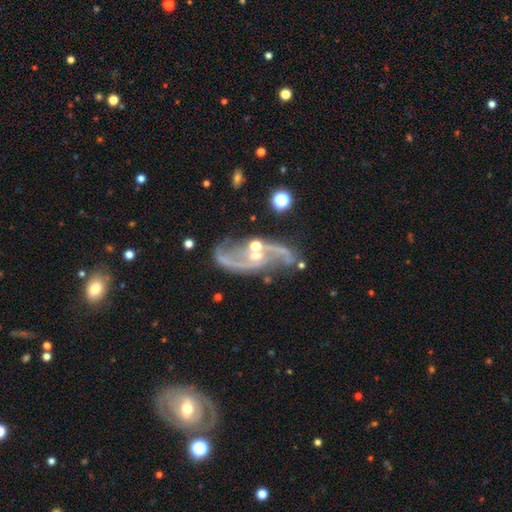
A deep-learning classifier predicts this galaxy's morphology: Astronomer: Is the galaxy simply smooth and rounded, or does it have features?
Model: featured or disk — 89%.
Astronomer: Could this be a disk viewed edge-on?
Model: no — 95%.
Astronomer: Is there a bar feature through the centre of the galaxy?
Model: no — 51% (runner-up: weak, 36%).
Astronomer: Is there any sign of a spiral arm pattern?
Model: yes — 96%.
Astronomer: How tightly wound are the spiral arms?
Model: loose — 71%.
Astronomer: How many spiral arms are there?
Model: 2 — 91%.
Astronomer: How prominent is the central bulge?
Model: small — 64%.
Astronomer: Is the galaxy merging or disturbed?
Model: none — 60%.